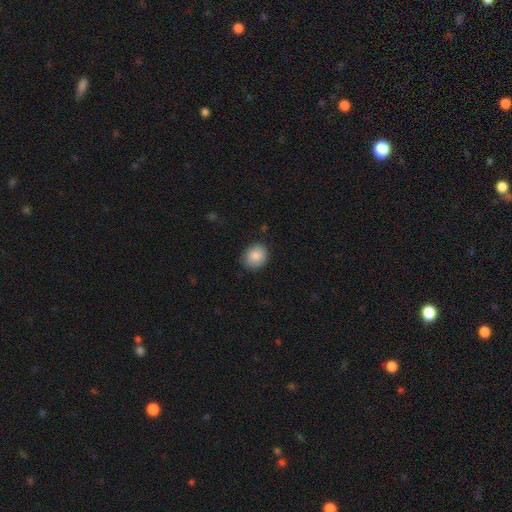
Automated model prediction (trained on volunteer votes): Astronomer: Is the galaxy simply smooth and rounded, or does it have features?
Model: smooth — 85%.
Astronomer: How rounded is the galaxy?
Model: round — 71%.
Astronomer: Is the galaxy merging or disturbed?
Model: none — 82%.